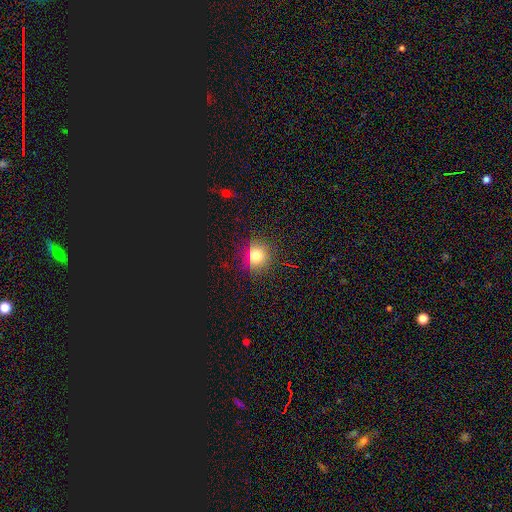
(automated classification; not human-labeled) Morphology: type=smooth (70%); roundness=round (84%); merging=none (85%).